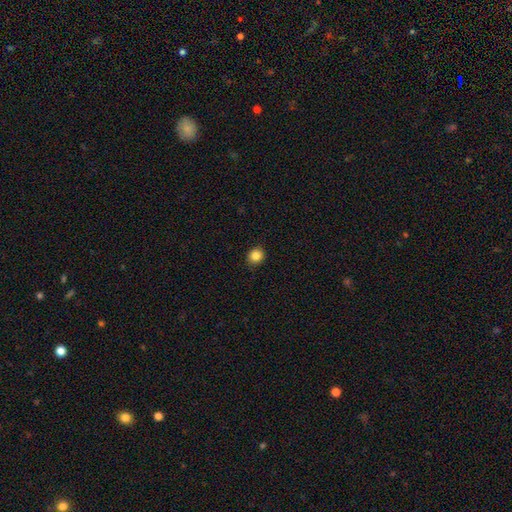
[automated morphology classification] Smooth or featured? Predicted: smooth (p=0.85). How rounded? Predicted: round (p=0.81). Merging? Predicted: none (p=0.90).